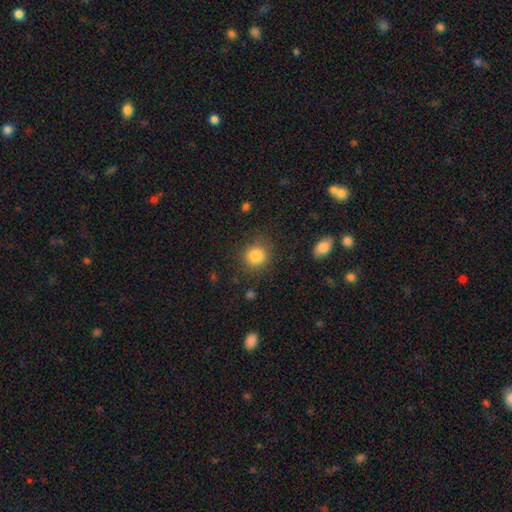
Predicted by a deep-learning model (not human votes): The model was most divided on "merging": none: 84%, minor disturbance: 10%, major disturbance: 4%, merger: 2%. More confident: how rounded — round (87%); smooth or featured — smooth (85%).